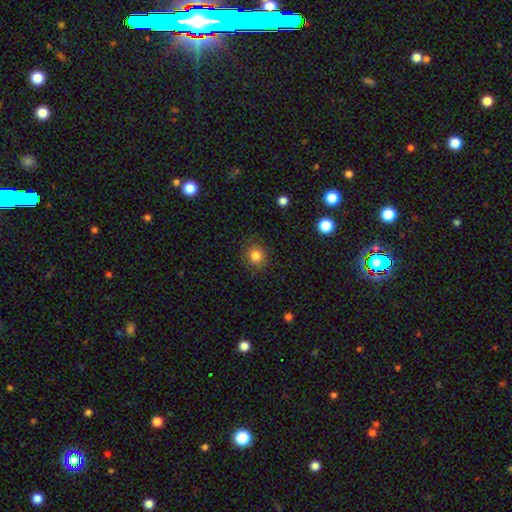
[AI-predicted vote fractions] Smooth or featured?
  - smooth: 83% *
  - star or artifact: 12%
  - featured or disk: 6%
How rounded?
  - round: 88% *
  - in between: 11%
  - cigar-shaped: 1%
Merging?
  - none: 89% *
  - minor disturbance: 8%
  - major disturbance: 3%
  - merger: 1%